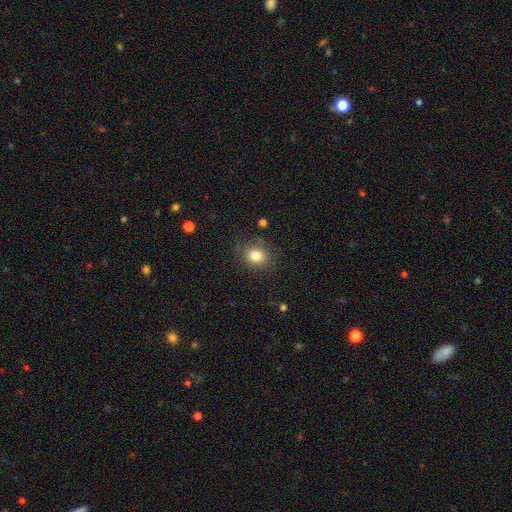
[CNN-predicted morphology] smooth 82%, star or artifact 11%, featured or disk 7%. Down the decision tree: how rounded — round (67%); merging — none (82%).